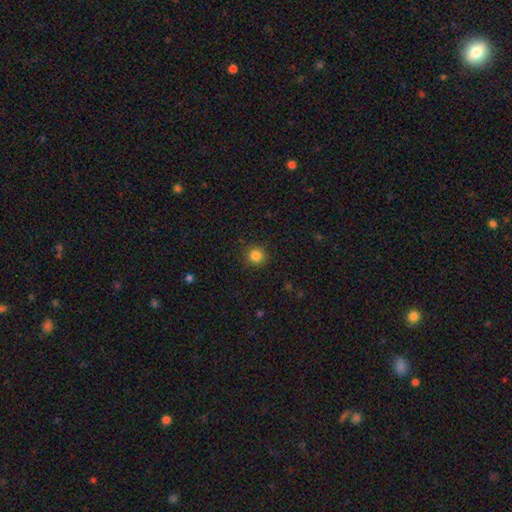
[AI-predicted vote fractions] This is clearly a smooth galaxy (84%). How rounded: clearly round (93%). Merging: clearly none (90%).